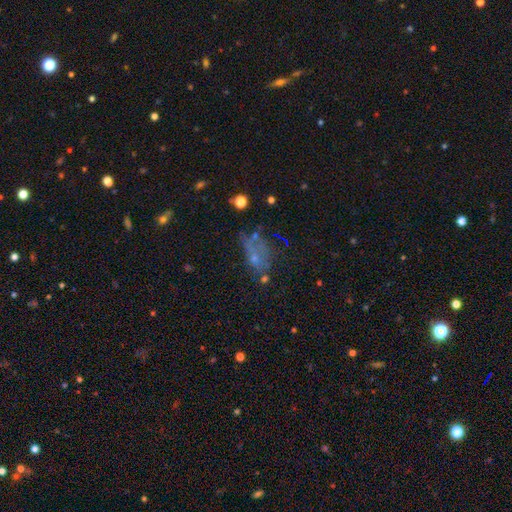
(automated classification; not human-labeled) This appears to be a smooth galaxy with no disk features (43%). Merging: none (36%).